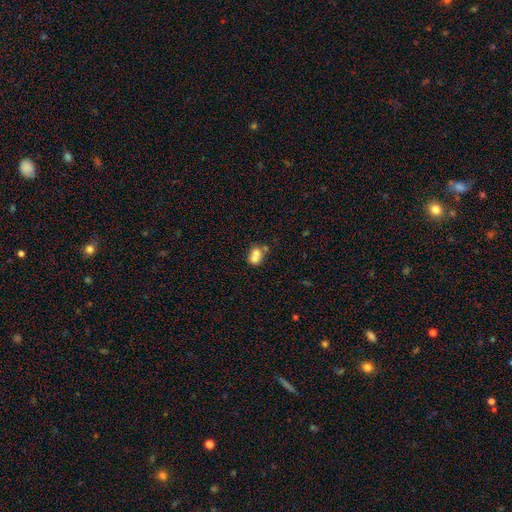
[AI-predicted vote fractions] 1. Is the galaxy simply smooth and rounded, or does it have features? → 68% smooth, 21% featured or disk, 11% star or artifact.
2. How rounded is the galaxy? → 50% in between, 48% round, 1% cigar-shaped.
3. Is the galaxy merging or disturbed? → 58% merger, 28% none, 9% minor disturbance, 5% major disturbance.